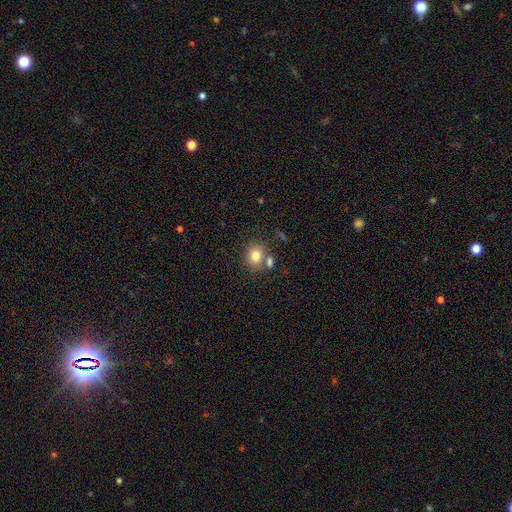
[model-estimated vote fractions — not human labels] smooth 80%, star or artifact 11%, featured or disk 9%. Down the decision tree: how rounded — round (66%); merging — none (65%).